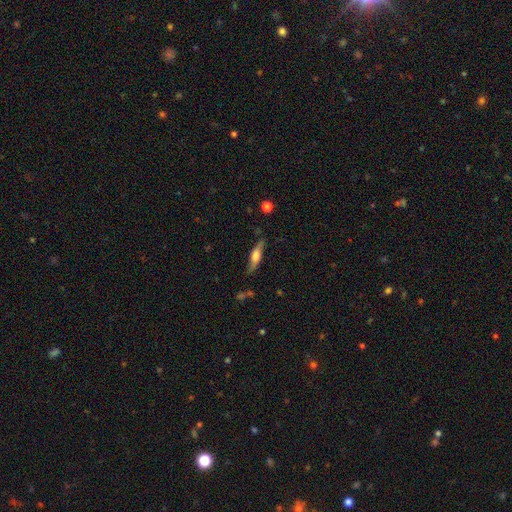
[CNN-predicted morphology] This appears to be a featured or disk galaxy (55%) viewed edge-on (81%). Merging: none (75%).